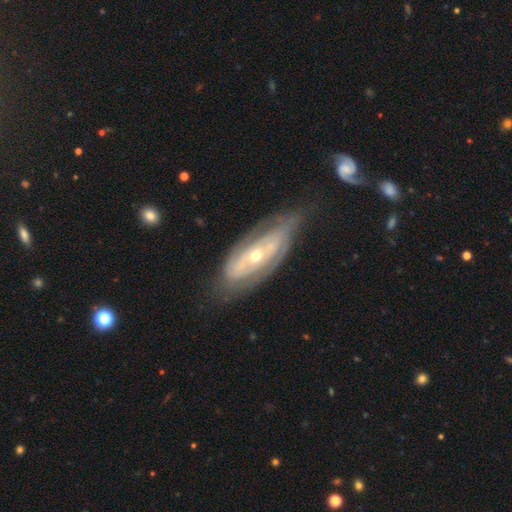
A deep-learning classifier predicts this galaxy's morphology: Smooth or featured? Predicted: featured or disk (p=0.81). Edge-on disk? Predicted: no (p=0.88). Bar? Predicted: no (p=0.57). Spiral arms? Predicted: yes (p=0.77). Spiral winding? Predicted: tight (p=0.61). Spiral arm count? Predicted: 2 (p=0.49). Bulge size? Predicted: small (p=0.57). Merging? Predicted: none (p=0.65).